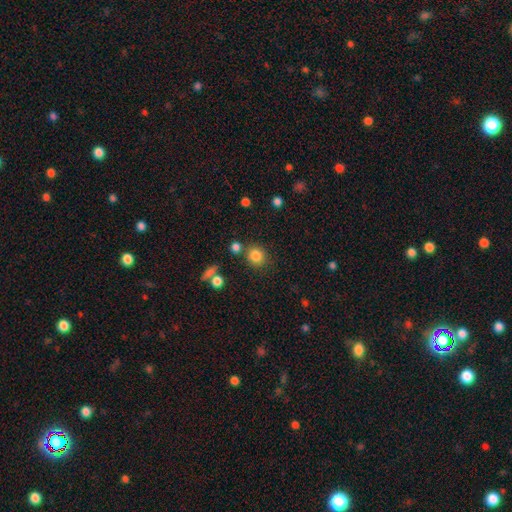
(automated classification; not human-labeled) The model was most divided on "merging": none: 78%, merger: 9%, minor disturbance: 9%, major disturbance: 4%. More confident: how rounded — round (88%); smooth or featured — smooth (82%).